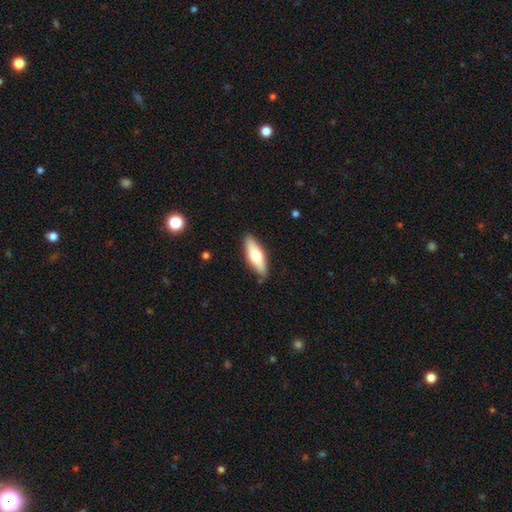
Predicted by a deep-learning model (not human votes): This appears to be a smooth galaxy with no disk features (59%) that is in between round and cigar-shaped (54%). Merging: none (86%).